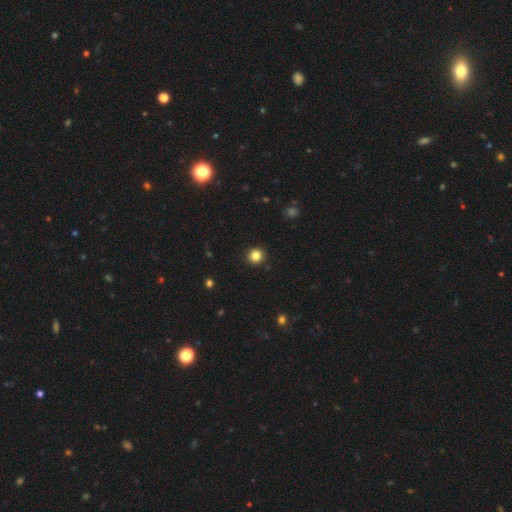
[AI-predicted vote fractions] The model was most divided on "smooth or featured": smooth: 83%, star or artifact: 12%, featured or disk: 5%. More confident: merging — none (92%); how rounded — round (91%).